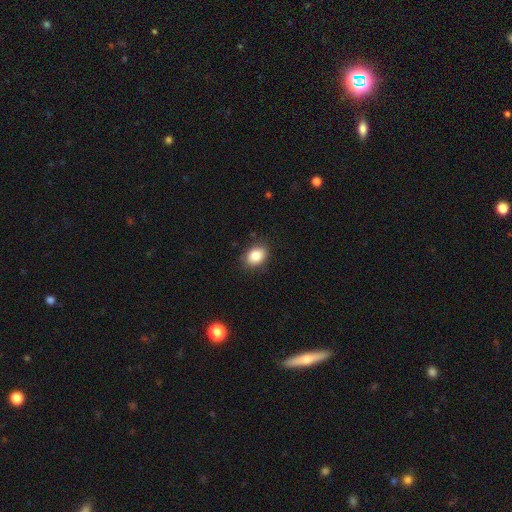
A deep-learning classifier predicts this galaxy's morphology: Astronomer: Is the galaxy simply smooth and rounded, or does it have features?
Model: smooth — 84%.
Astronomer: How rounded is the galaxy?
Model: in between — 62% (runner-up: round, 37%).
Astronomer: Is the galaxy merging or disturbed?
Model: none — 85%.